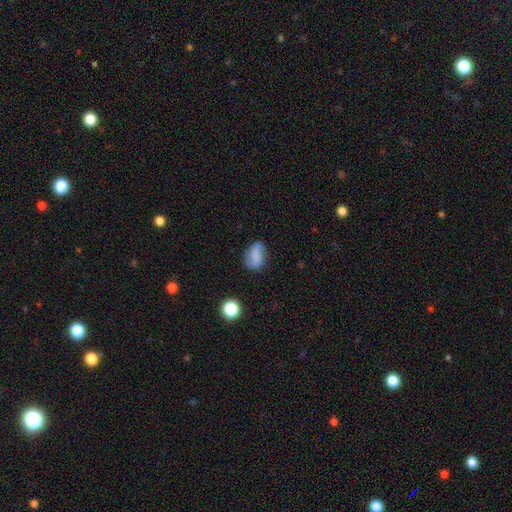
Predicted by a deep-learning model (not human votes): This appears to be a smooth galaxy with no disk features (59%) that is in between round and cigar-shaped (72%). Merging: none (64%).